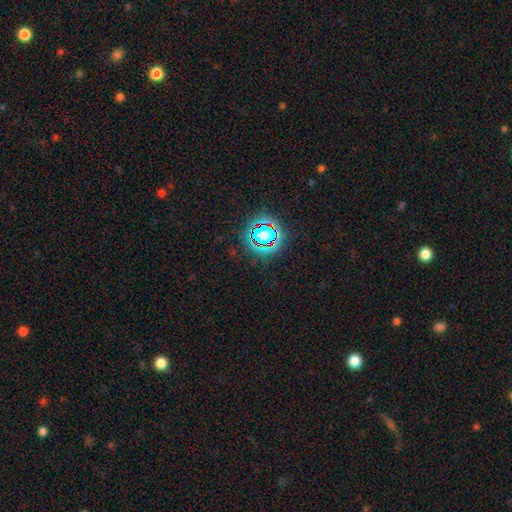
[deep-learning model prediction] Smooth or featured?
  - star or artifact: 78% *
  - smooth: 14%
  - featured or disk: 8%